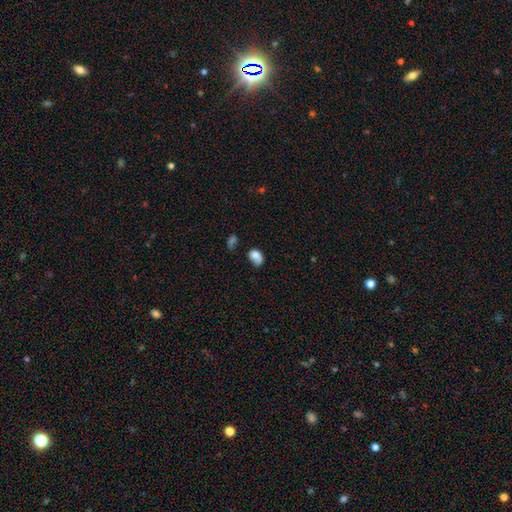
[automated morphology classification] This is likely a smooth galaxy (74%). How rounded: likely in between (78%). Merging: marginally none (38%).